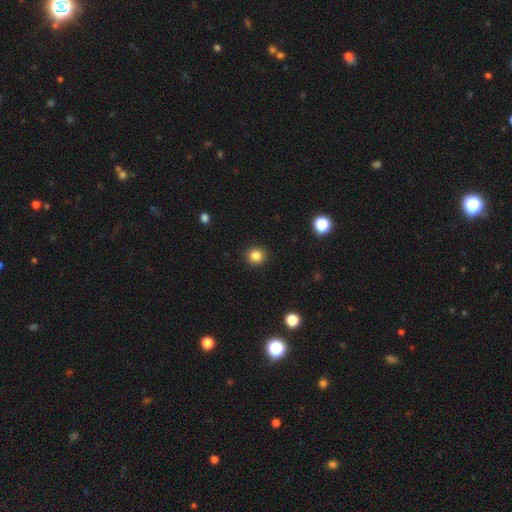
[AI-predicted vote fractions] smooth 84%, star or artifact 11%, featured or disk 5%. Down the decision tree: how rounded — round (86%); merging — none (92%).